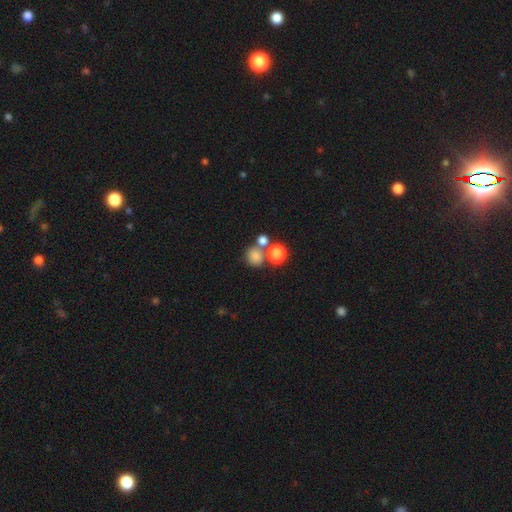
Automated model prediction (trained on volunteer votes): A smooth galaxy with no disk features (78%) that is round (81%).

Vote fractions:
- Smooth or featured? smooth: 78% / star or artifact: 14% / featured or disk: 8%
- How rounded? round: 81% / in between: 18% / cigar-shaped: 1%
- Merging? none: 54% / merger: 33% / minor disturbance: 9% / major disturbance: 4%